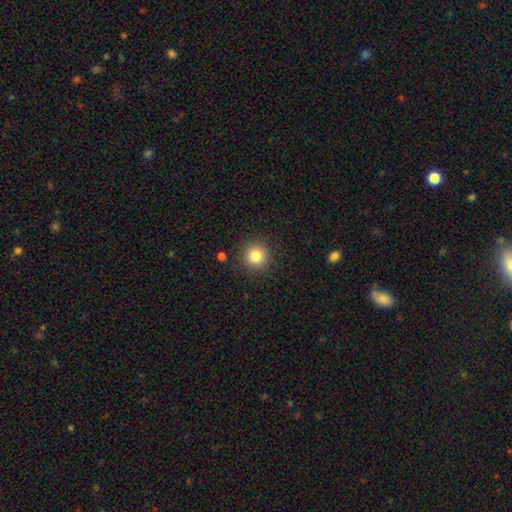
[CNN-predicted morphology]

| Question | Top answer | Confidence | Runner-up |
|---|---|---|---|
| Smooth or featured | smooth | 83% | star or artifact (11%) |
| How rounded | round | 95% | in between (4%) |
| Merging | none | 90% | minor disturbance (6%) |